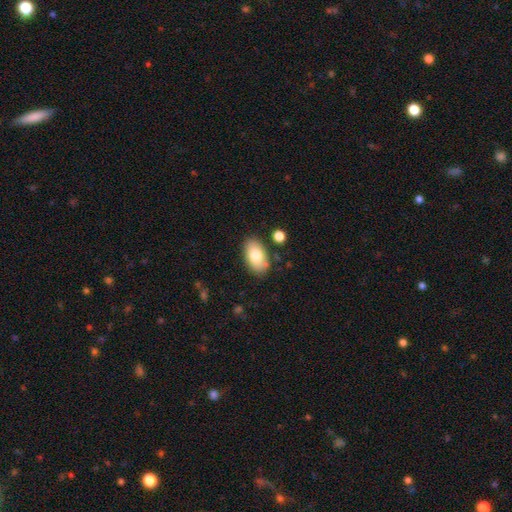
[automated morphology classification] The model was most divided on "smooth or featured": smooth: 78%, featured or disk: 15%, star or artifact: 7%. More confident: how rounded — in between (92%); merging — none (81%).